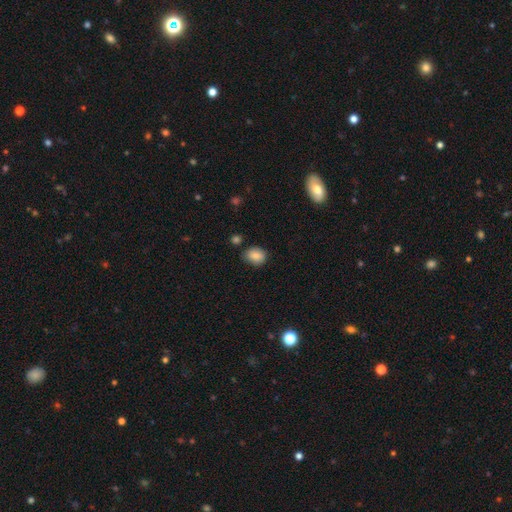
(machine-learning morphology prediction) Q: Smooth or featured?
A: smooth (86%); runner-up: star or artifact (8%)
Q: How rounded?
A: in between (57%); runner-up: round (42%)
Q: Merging?
A: none (75%); runner-up: minor disturbance (18%)